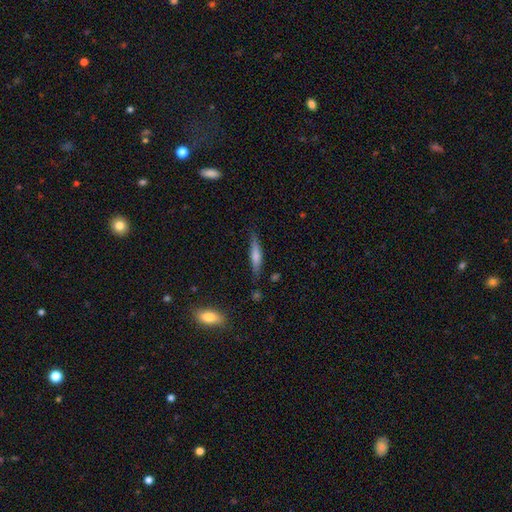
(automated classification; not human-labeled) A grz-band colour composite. It shows a smooth galaxy with no disk features (55%) that is cigar-shaped (82%). Merging: none (80%).